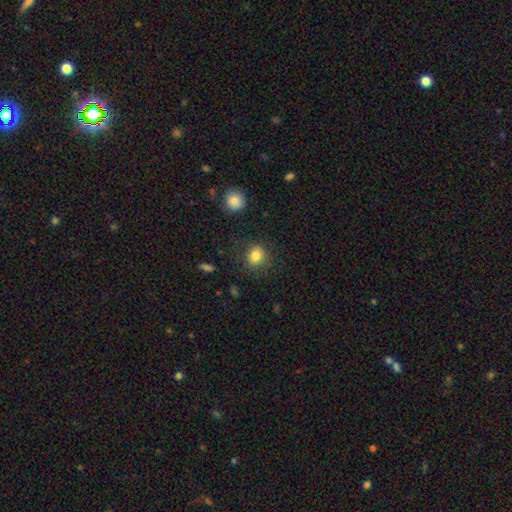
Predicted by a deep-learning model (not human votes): Smooth or featured?
  - smooth: 83% *
  - star or artifact: 11%
  - featured or disk: 7%
How rounded?
  - round: 71% *
  - in between: 28%
  - cigar-shaped: 1%
Merging?
  - none: 81% *
  - minor disturbance: 13%
  - major disturbance: 5%
  - merger: 2%